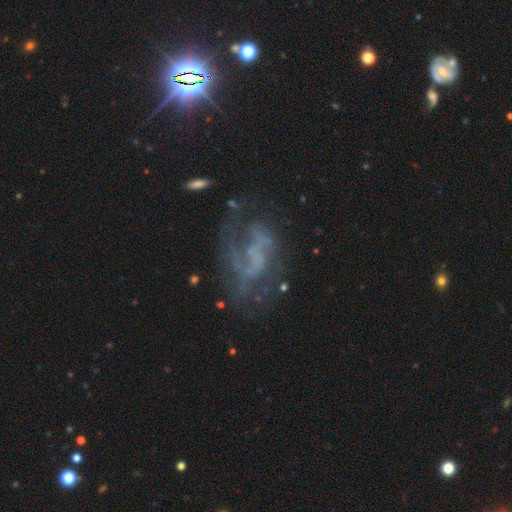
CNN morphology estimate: Smooth or featured? Predicted: featured or disk (p=0.70). Edge-on disk? Predicted: no (p=0.97). Bar? Predicted: no (p=0.58). Spiral arms? Predicted: yes (p=0.75). Spiral winding? Predicted: loose (p=0.44). Spiral arm count? Predicted: 2 (p=0.44). Bulge size? Predicted: none (p=0.74). Merging? Predicted: none (p=0.45).